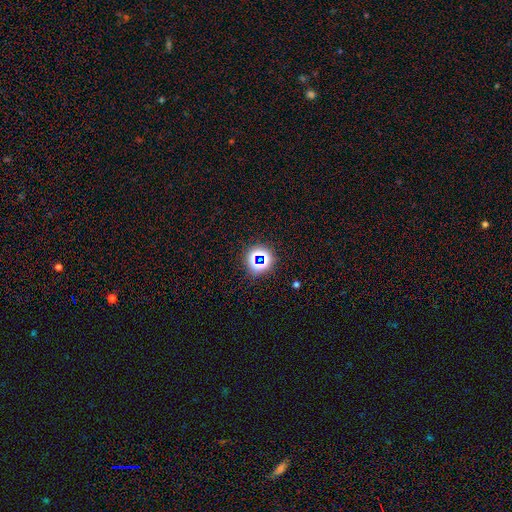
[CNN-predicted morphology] The model was most divided on "smooth or featured": star or artifact: 67%, smooth: 24%, featured or disk: 9%.